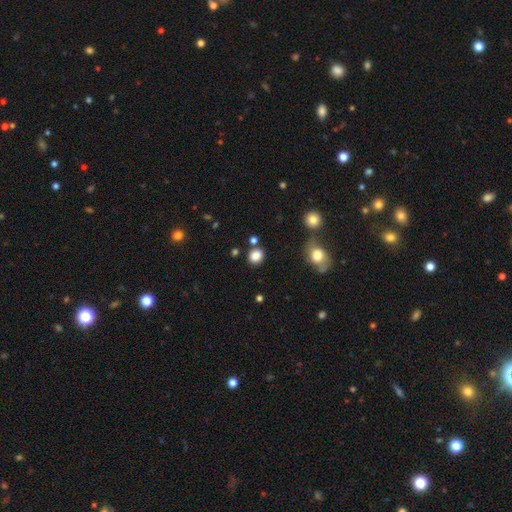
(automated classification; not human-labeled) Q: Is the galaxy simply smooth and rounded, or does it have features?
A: smooth — 84%.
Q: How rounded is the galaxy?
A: round — 67%.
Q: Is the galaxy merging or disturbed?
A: none — 81%.